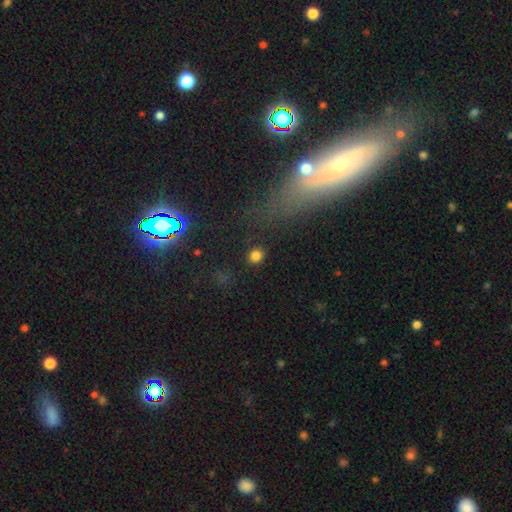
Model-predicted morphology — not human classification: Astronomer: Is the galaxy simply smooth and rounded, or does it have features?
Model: smooth — 82%.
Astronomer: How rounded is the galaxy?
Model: round — 87%.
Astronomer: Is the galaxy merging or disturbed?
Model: none — 89%.